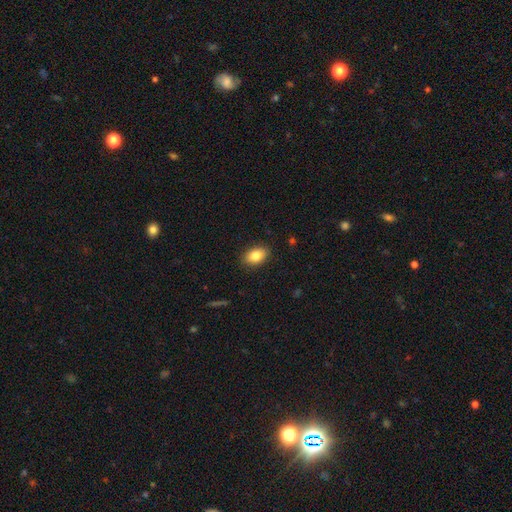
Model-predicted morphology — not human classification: A smooth galaxy with no disk features (84%) that is in between round and cigar-shaped (86%).

Vote fractions:
- Smooth or featured? smooth: 84% / star or artifact: 8% / featured or disk: 8%
- How rounded? in between: 86% / round: 13% / cigar-shaped: 1%
- Merging? none: 88% / minor disturbance: 9% / major disturbance: 2% / merger: 1%